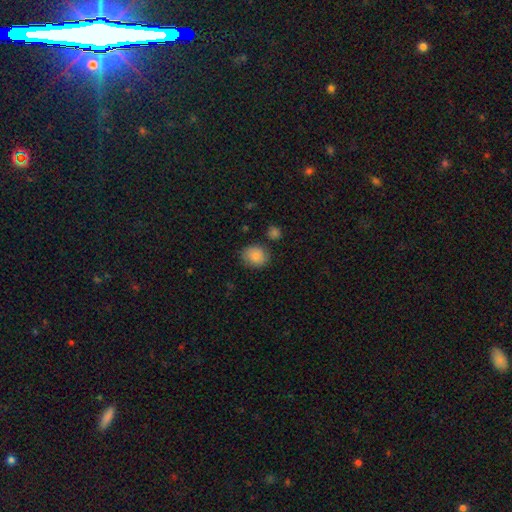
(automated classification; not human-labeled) This appears to be a smooth galaxy with no disk features (85%) that is round (70%). Merging: none (80%).